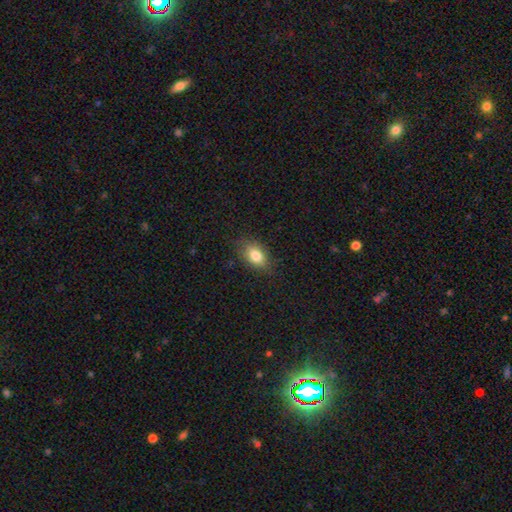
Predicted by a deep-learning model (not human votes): A smooth galaxy with no disk features (83%) that is in between round and cigar-shaped (87%). Merging: none (81%).